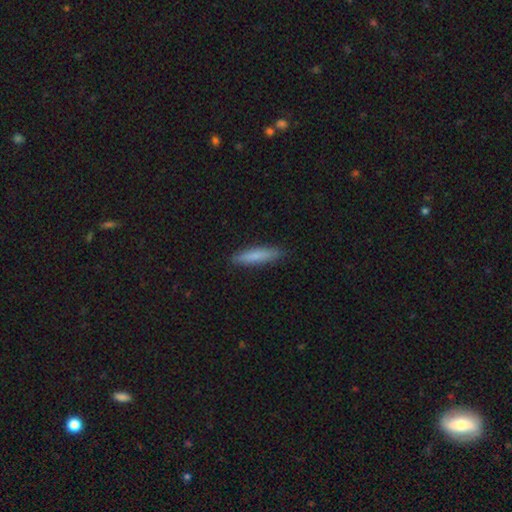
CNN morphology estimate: smooth 79%, featured or disk 15%, star or artifact 6%. Down the decision tree: how rounded — cigar-shaped (86%); merging — none (90%).